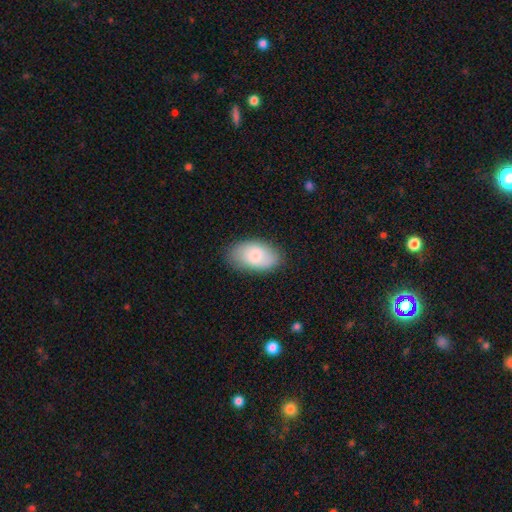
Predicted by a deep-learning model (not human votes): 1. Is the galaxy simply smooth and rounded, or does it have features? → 80% smooth, 14% featured or disk, 6% star or artifact.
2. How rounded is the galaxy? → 94% in between, 5% round, 1% cigar-shaped.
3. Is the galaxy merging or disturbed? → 84% none, 12% minor disturbance, 3% major disturbance, 1% merger.